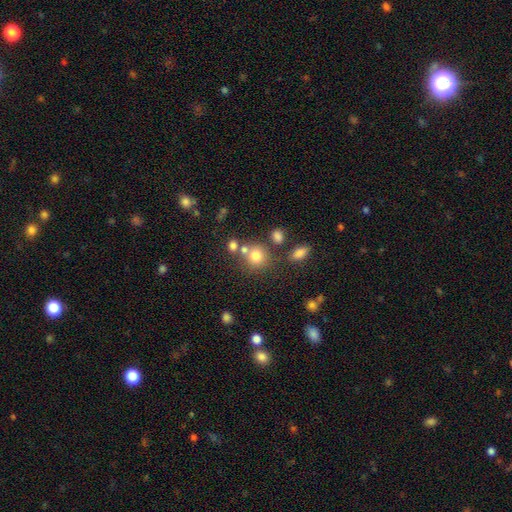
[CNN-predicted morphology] Smooth or featured?
  - smooth: 76% *
  - star or artifact: 13%
  - featured or disk: 10%
How rounded?
  - round: 81% *
  - in between: 18%
  - cigar-shaped: 1%
Merging?
  - none: 60% *
  - merger: 23%
  - minor disturbance: 12%
  - major disturbance: 5%